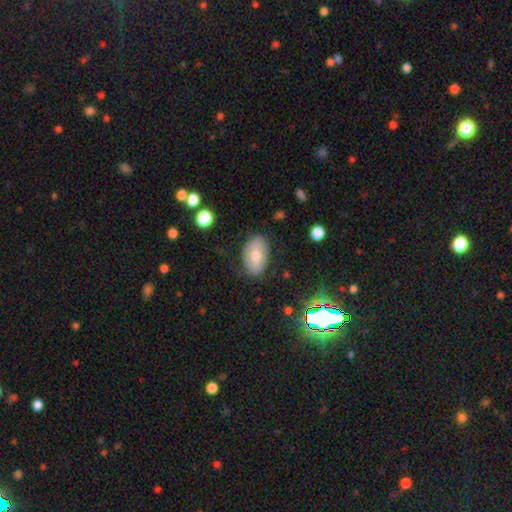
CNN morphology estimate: Overall: smooth (64%; featured or disk 25%). How rounded: in between (90%). Merging: none (82%).